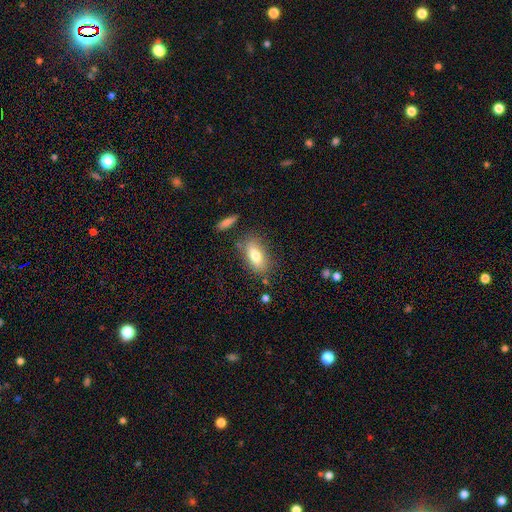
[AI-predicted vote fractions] Smooth or featured?
  - smooth: 74% *
  - featured or disk: 18%
  - star or artifact: 8%
How rounded?
  - in between: 84% *
  - cigar-shaped: 11%
  - round: 5%
Merging?
  - none: 76% *
  - minor disturbance: 14%
  - merger: 5%
  - major disturbance: 4%